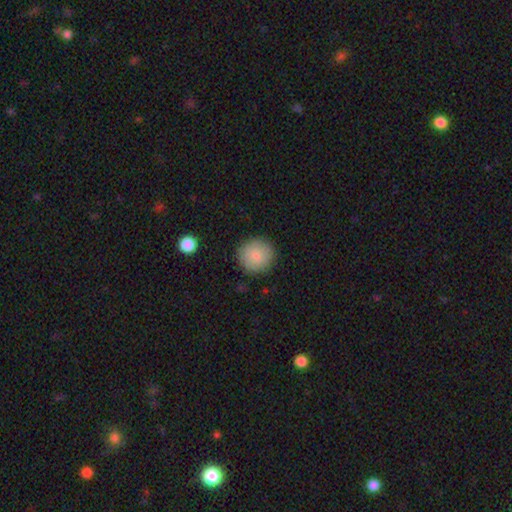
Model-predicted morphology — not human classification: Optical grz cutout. It shows a smooth galaxy with no disk features (83%) that is round (94%). Merging: none (88%).